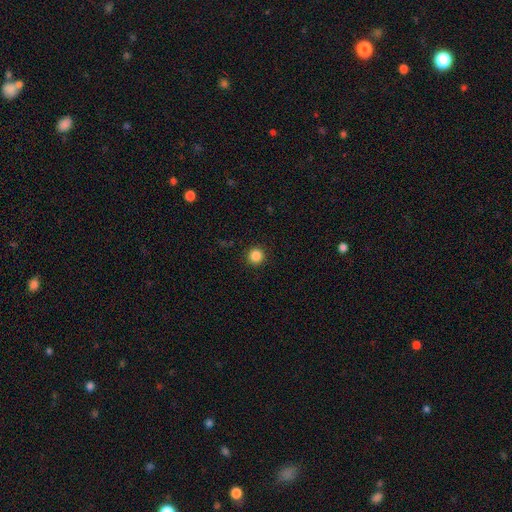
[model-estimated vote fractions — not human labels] smooth-or-featured: smooth: 86% | star or artifact: 11% | featured or disk: 3%
  how-rounded: round: 95% | in between: 4% | cigar-shaped: 1%
  merging: none: 92% | minor disturbance: 5% | major disturbance: 2% | merger: 1%